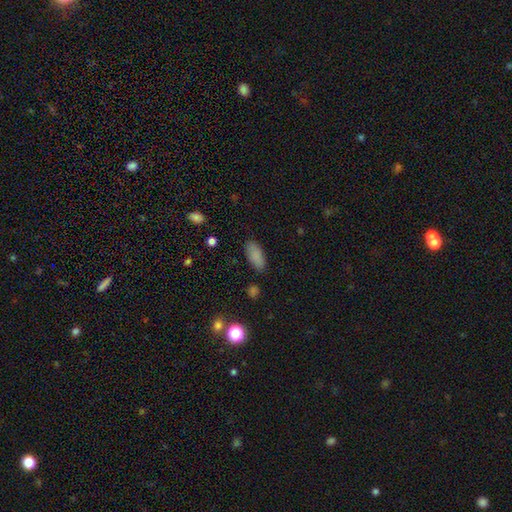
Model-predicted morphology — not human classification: smooth 85%, star or artifact 9%, featured or disk 6%. Down the decision tree: how rounded — in between (84%); merging — none (83%).